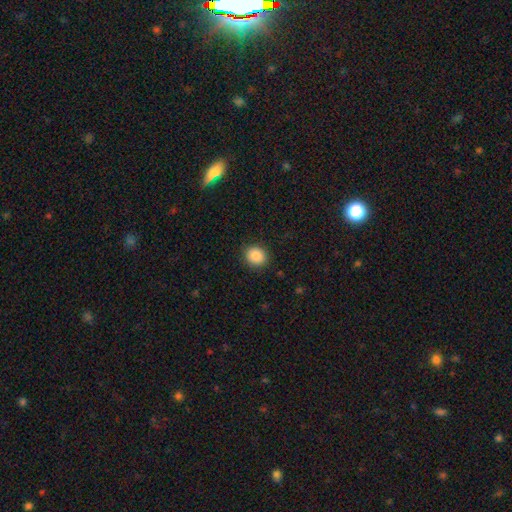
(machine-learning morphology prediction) smooth-or-featured: smooth: 88% | star or artifact: 9% | featured or disk: 3%
  how-rounded: round: 77% | in between: 22% | cigar-shaped: 1%
  merging: none: 90% | minor disturbance: 7% | major disturbance: 2% | merger: 1%